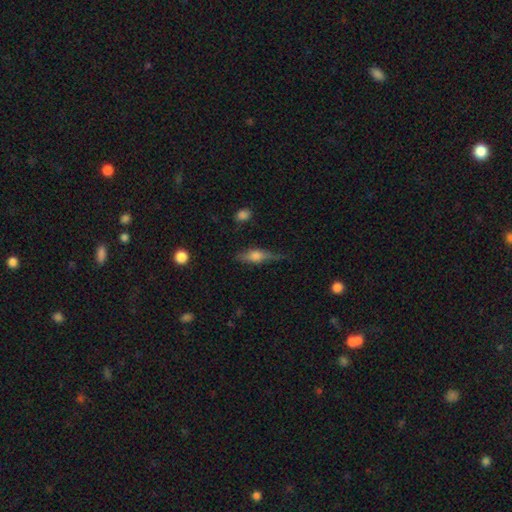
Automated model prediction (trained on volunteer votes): Smooth or featured: smooth — 46% (tied with featured or disk — 46%)
Merging: none — 66% (minor disturbance — 24%)